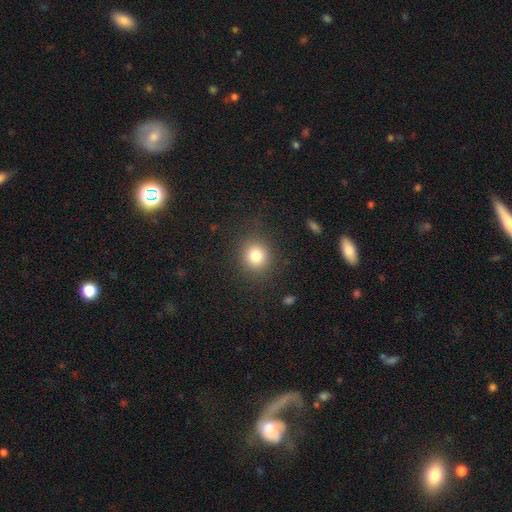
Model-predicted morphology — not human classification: Overall: smooth (80%). How rounded: round (87%). Merging: none (86%).